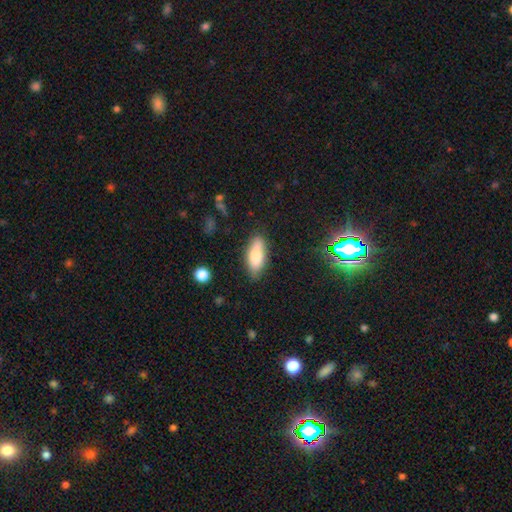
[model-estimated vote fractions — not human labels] A smooth galaxy with no disk features (78%) that is in between round and cigar-shaped (76%).

Vote fractions:
- Smooth or featured? smooth: 78% / featured or disk: 15% / star or artifact: 7%
- How rounded? in between: 76% / cigar-shaped: 21% / round: 2%
- Merging? none: 81% / minor disturbance: 14% / major disturbance: 3% / merger: 2%